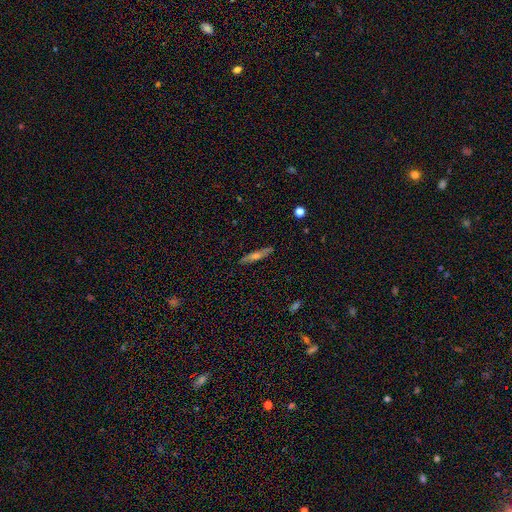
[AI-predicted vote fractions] Morphology: type=featured or disk (57%); edge-on=yes (91%); edge-on bulge=rounded (83%); merging=none (88%).